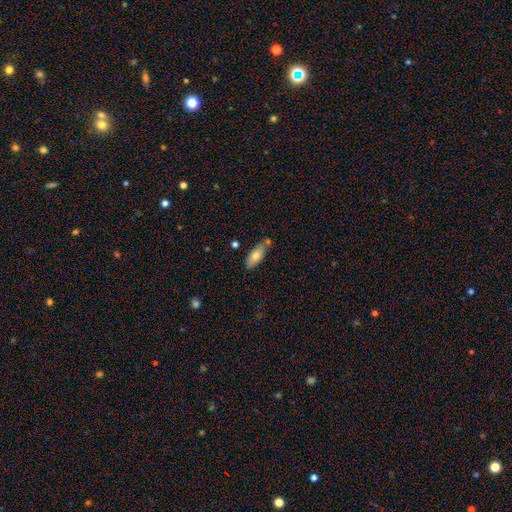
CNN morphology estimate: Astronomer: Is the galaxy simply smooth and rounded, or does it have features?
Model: smooth — 73%.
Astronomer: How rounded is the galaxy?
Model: in between — 82%.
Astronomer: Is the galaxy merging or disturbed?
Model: none — 66%.